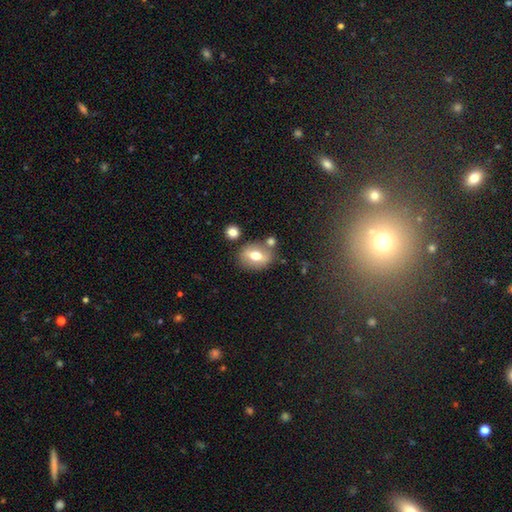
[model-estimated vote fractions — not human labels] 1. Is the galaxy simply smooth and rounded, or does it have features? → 55% smooth, 36% featured or disk, 9% star or artifact.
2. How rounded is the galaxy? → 63% in between, 34% round, 3% cigar-shaped.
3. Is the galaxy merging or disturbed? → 71% none, 14% minor disturbance, 11% merger, 4% major disturbance.